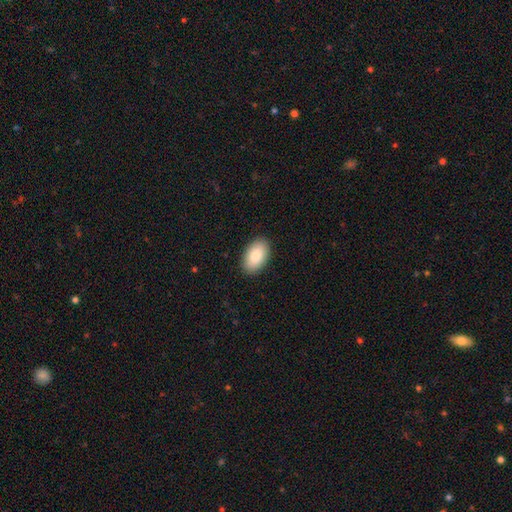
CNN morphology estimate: A smooth galaxy with no disk features (86%) that is in between round and cigar-shaped (95%). Merging: none (89%).